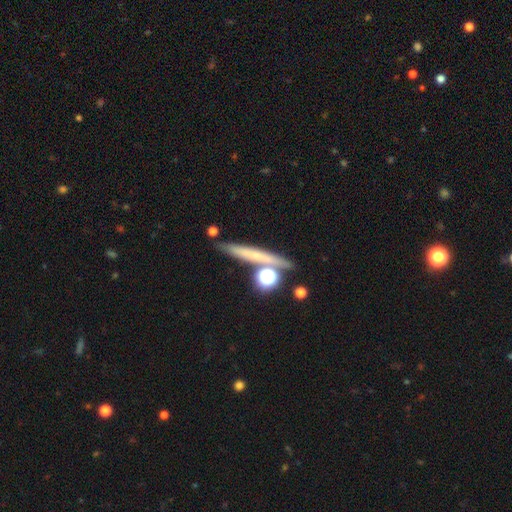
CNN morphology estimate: Smooth or featured? smooth (40%)
Merging? none (72%)